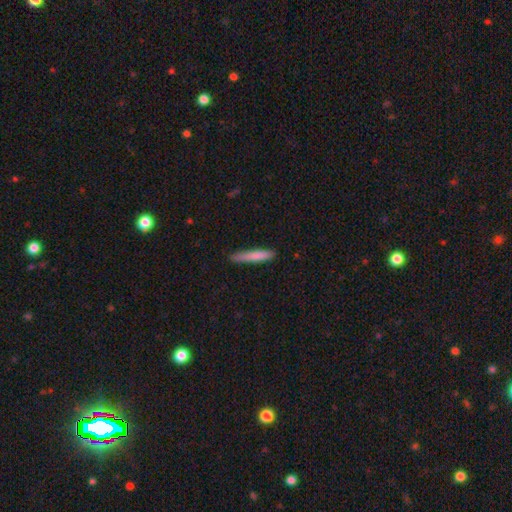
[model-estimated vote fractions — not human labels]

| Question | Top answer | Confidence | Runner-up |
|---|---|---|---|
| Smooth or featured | smooth | 78% | featured or disk (16%) |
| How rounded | cigar-shaped | 94% | in between (5%) |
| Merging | none | 82% | minor disturbance (14%) |